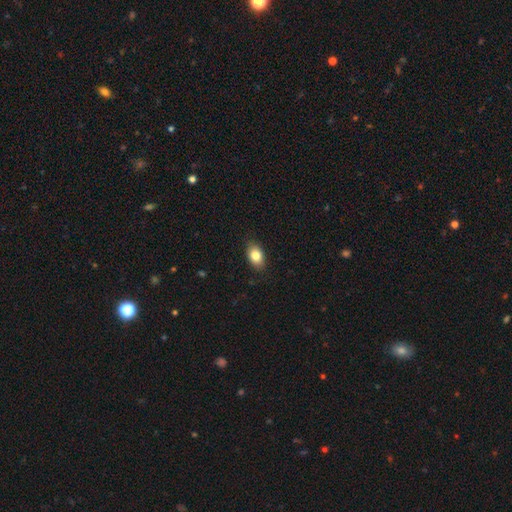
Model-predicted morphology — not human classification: smooth-or-featured: smooth: 82% | featured or disk: 10% | star or artifact: 8%
  how-rounded: in between: 88% | round: 10% | cigar-shaped: 2%
  merging: none: 87% | minor disturbance: 10% | major disturbance: 2% | merger: 1%